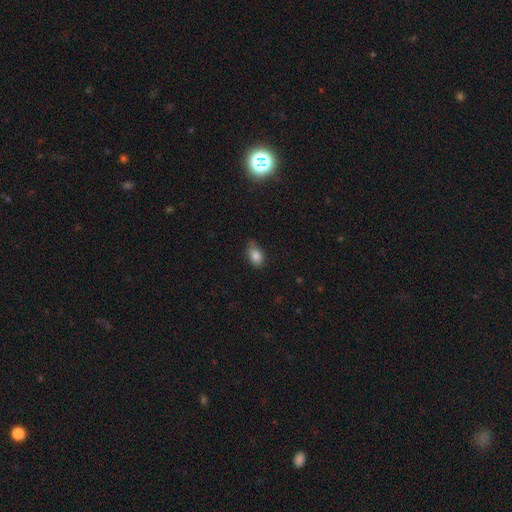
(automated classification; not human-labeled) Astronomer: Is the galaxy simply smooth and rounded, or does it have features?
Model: smooth — 84%.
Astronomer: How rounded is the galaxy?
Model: in between — 83%.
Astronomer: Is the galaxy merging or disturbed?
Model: none — 59%.